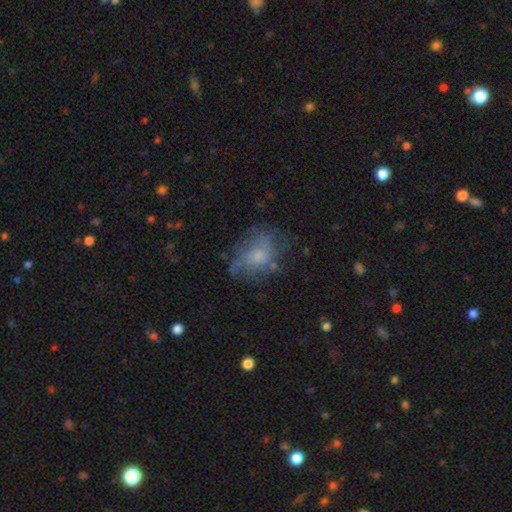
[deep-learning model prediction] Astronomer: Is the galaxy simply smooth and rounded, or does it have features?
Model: smooth — 50% (runner-up: featured or disk, 38%).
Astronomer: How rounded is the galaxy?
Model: in between — 61% (runner-up: round, 37%).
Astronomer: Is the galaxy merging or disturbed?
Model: none — 52%.